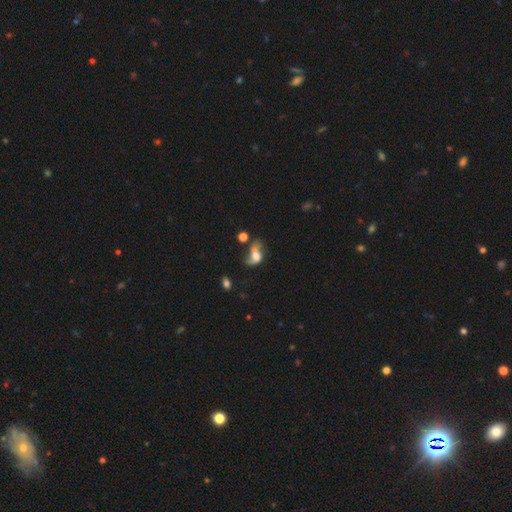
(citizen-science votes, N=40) This appears to be a featured or disk galaxy (48%) with no bar (68%), 2 (64%) loose (64%) spiral arms (74%) and a moderate central bulge (37%). Merging: merger (38%).